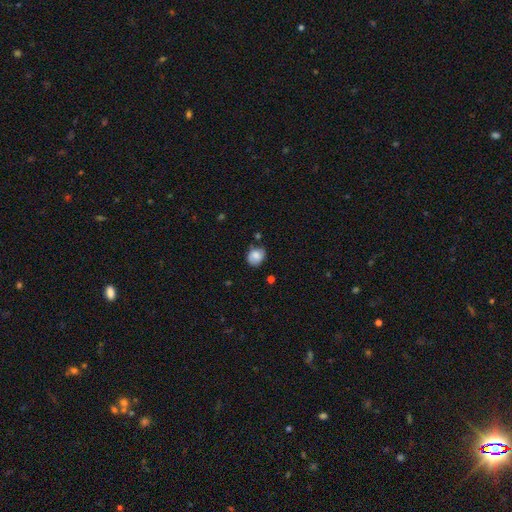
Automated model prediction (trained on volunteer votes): smooth_or_featured: smooth (p=0.75) [alt: featured or disk p=0.17]
how_rounded: round (p=0.60) [alt: in between p=0.39]
merging: none (p=0.69) [alt: minor disturbance p=0.22]